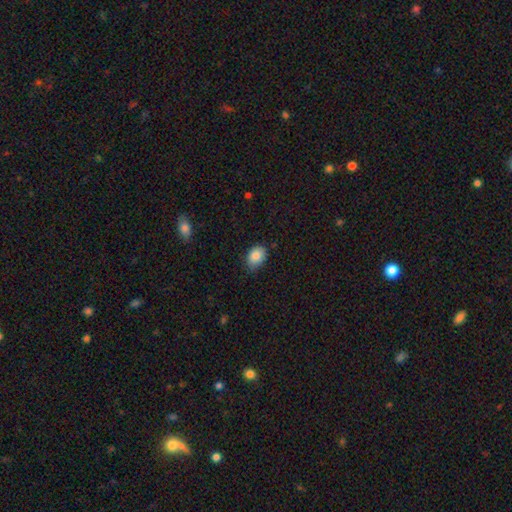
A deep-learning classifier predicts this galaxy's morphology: type=smooth (84%); roundness=in between (71%); merging=none (70%).